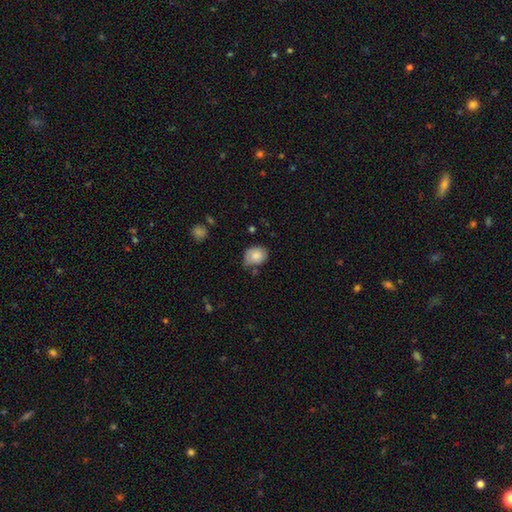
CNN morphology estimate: A smooth galaxy with no disk features (83%) that is round (56%). Merging: none (52%).